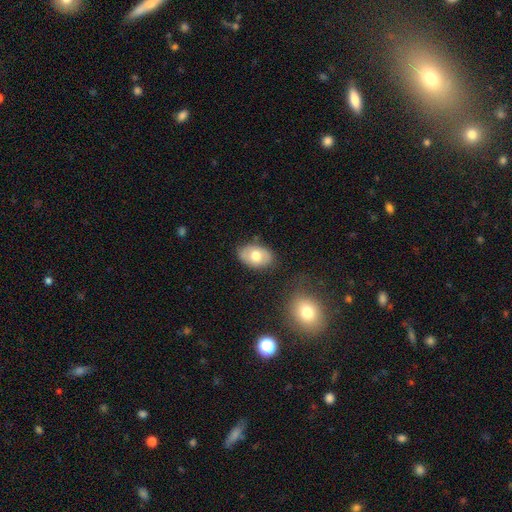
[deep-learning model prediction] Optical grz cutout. It shows a smooth galaxy with no disk features (62%) that is in between round and cigar-shaped (86%). Merging: none (79%).